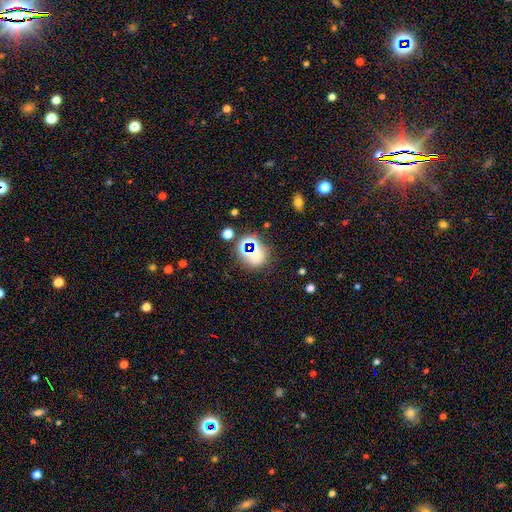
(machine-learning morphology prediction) Overall: smooth (50%; star or artifact 40%). Merging: none (68%).